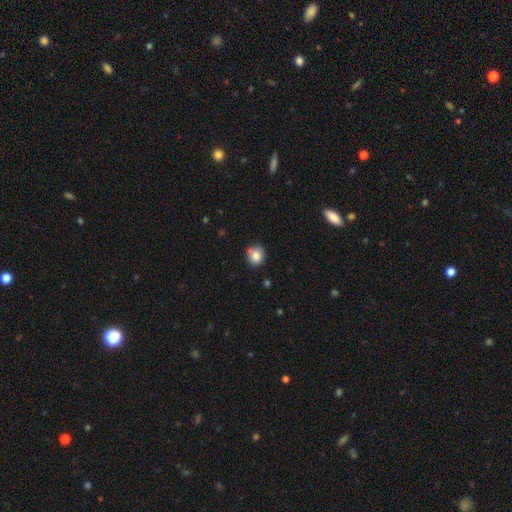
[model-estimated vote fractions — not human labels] This is clearly a smooth galaxy (80%). How rounded: clearly round (86%). Merging: likely none (75%).